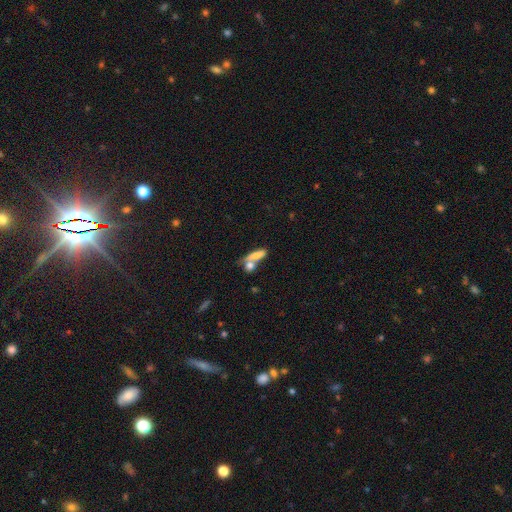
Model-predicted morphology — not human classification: Overall: smooth (71%). How rounded: cigar-shaped (50%; in between 41%). Merging: merger (45%; none 37%).